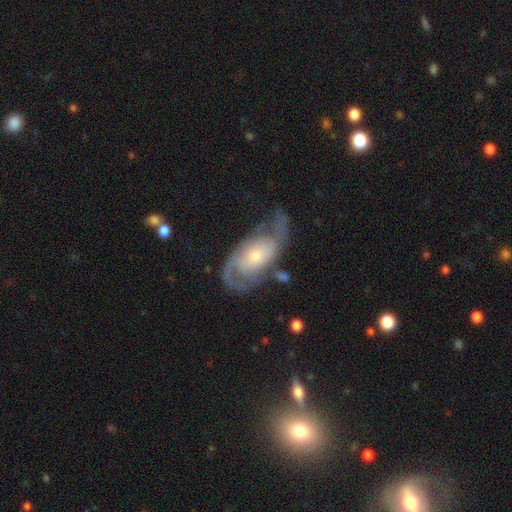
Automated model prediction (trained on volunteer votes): Q: Smooth or featured?
A: featured or disk (82%); runner-up: smooth (13%)
Q: Edge-on disk?
A: no (95%); runner-up: yes (5%)
Q: Bar?
A: no (68%); runner-up: weak (25%)
Q: Spiral arms?
A: yes (93%); runner-up: no (7%)
Q: Spiral winding?
A: medium (44%); runner-up: tight (30%)
Q: Spiral arm count?
A: 2 (80%); runner-up: can't tell (10%)
Q: Bulge size?
A: small (52%); runner-up: moderate (38%)
Q: Merging?
A: none (57%); runner-up: minor disturbance (22%)